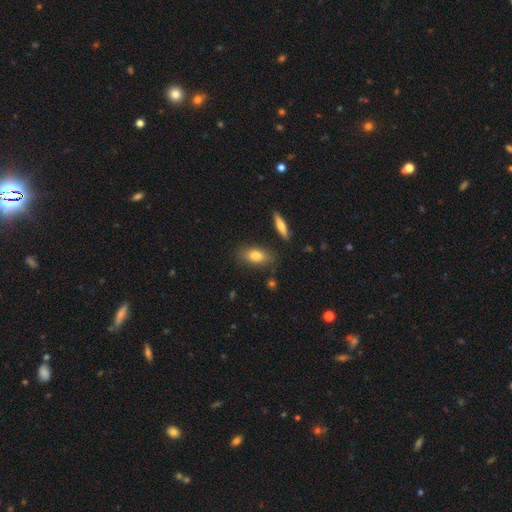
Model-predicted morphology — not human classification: The model was most divided on "merging": none: 79%, minor disturbance: 14%, major disturbance: 4%, merger: 3%. More confident: how rounded — in between (82%); smooth or featured — smooth (79%).